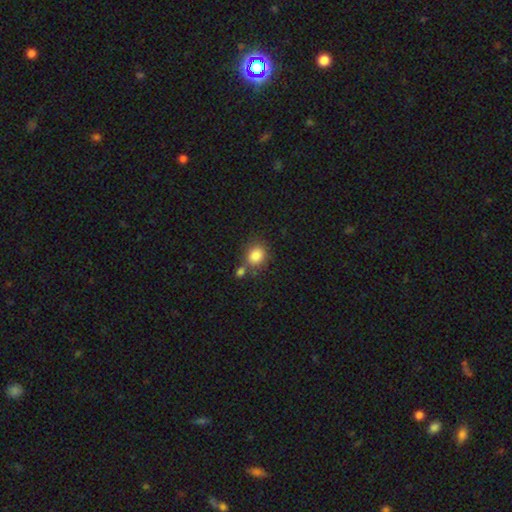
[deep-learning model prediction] A smooth galaxy with no disk features (85%) that is round (66%). Merging: none (58%).